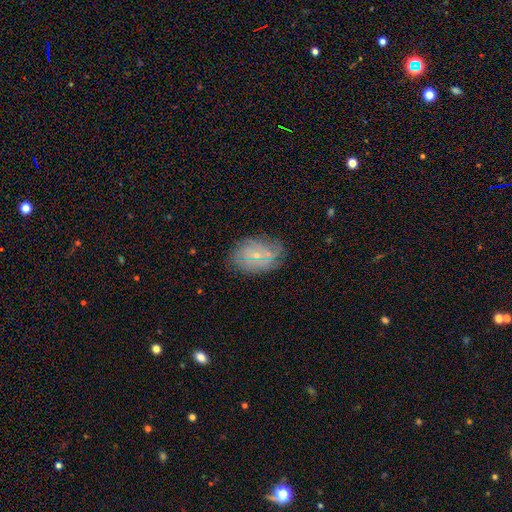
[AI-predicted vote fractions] This appears to be a featured or disk galaxy (53%) with no bar (59%), spiral arms (70%) and a small central bulge (73%). Merging: none (72%).